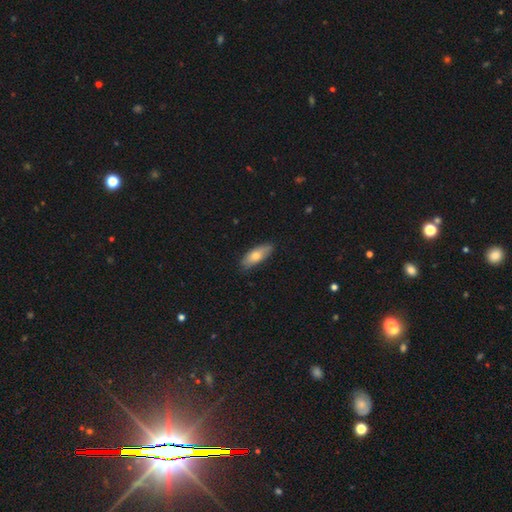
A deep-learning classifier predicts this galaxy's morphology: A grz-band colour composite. It shows a smooth galaxy with no disk features (72%) that is in between round and cigar-shaped (72%). Merging: none (82%).